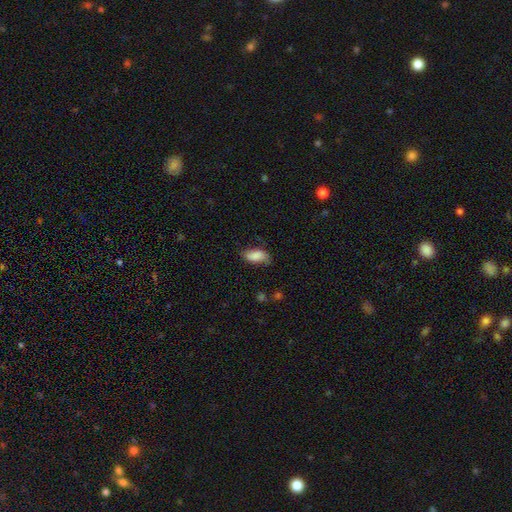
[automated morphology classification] The model was most divided on "merging": none: 62%, minor disturbance: 28%, major disturbance: 9%, merger: 2%. More confident: how rounded — in between (92%); smooth or featured — smooth (79%).